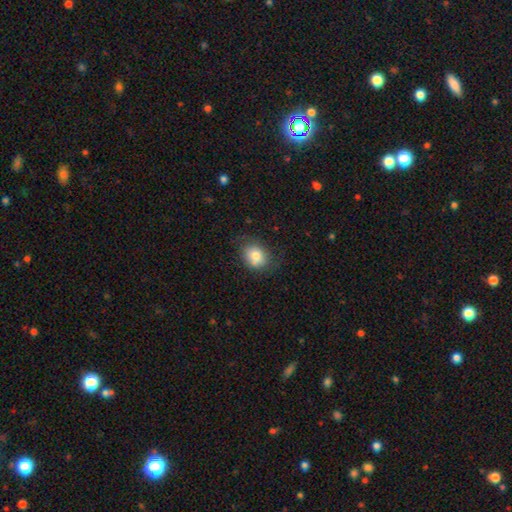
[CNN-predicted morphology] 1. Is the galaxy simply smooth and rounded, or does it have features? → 78% smooth, 12% featured or disk, 9% star or artifact.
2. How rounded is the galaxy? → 54% round, 45% in between, 1% cigar-shaped.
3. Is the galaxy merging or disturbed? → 67% none, 22% minor disturbance, 6% major disturbance, 5% merger.